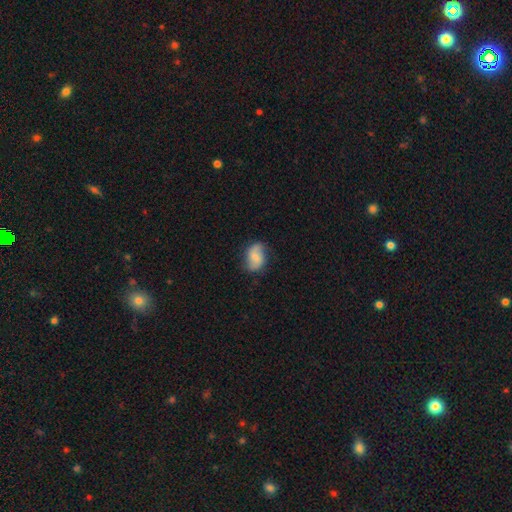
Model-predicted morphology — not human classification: The model was most divided on "smooth or featured" (2-way tie): smooth: 46%, featured or disk: 46%, star or artifact: 7%. More confident: merging — none (72%).